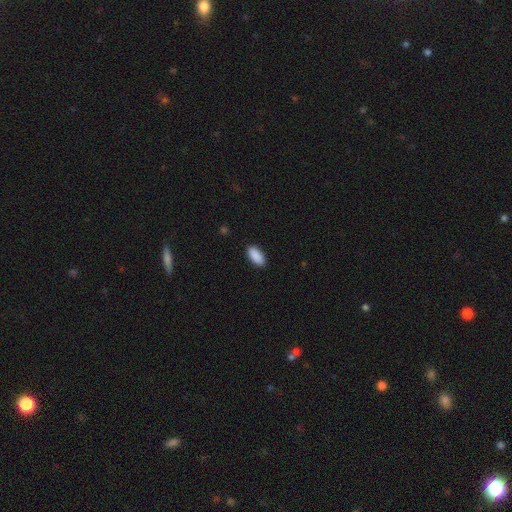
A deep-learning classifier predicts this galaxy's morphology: Smooth or featured?
  - smooth: 91% *
  - star or artifact: 6%
  - featured or disk: 3%
How rounded?
  - in between: 93% *
  - cigar-shaped: 5%
  - round: 2%
Merging?
  - none: 90% *
  - minor disturbance: 7%
  - major disturbance: 2%
  - merger: 1%